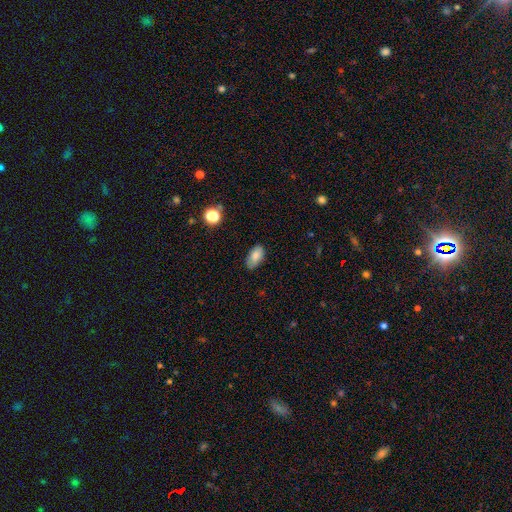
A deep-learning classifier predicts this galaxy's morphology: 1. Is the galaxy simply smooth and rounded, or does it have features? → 83% smooth, 9% featured or disk, 8% star or artifact.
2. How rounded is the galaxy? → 93% in between, 5% round, 2% cigar-shaped.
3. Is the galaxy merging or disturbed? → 78% none, 17% minor disturbance, 3% major disturbance, 1% merger.